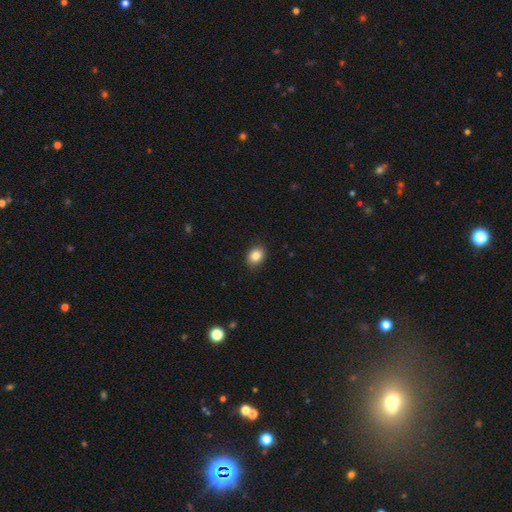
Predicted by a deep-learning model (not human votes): Smooth or featured? Predicted: smooth (p=0.85). How rounded? Predicted: in between (p=0.55). Merging? Predicted: none (p=0.88).